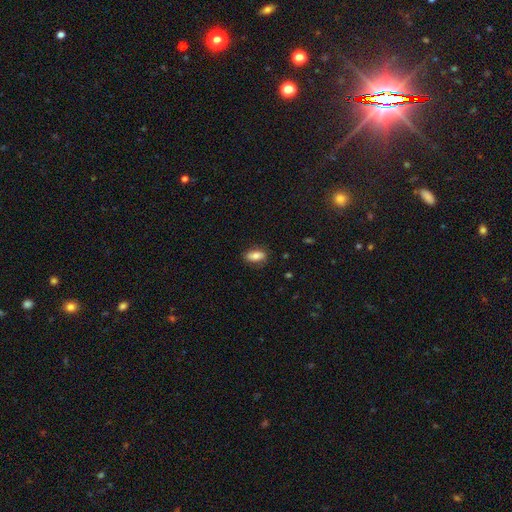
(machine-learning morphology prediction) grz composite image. It shows a smooth galaxy with no disk features (78%) that is in between round and cigar-shaped (85%). Merging: none (80%).